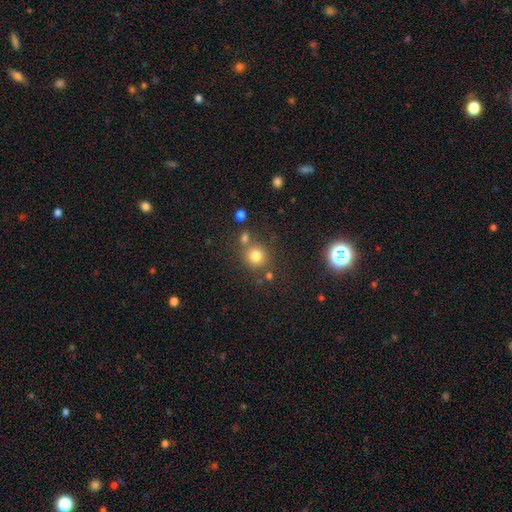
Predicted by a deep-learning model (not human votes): This is likely a smooth galaxy (77%). How rounded: clearly round (88%). Merging: likely none (69%).